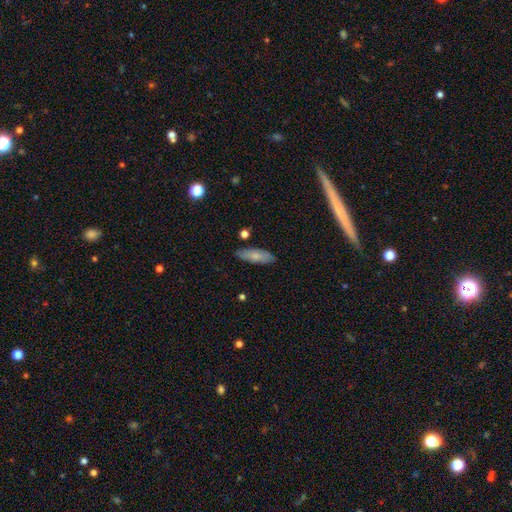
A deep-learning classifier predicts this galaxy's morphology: A smooth galaxy with no disk features (71%) that is in between round and cigar-shaped (60%). Merging: none (83%).